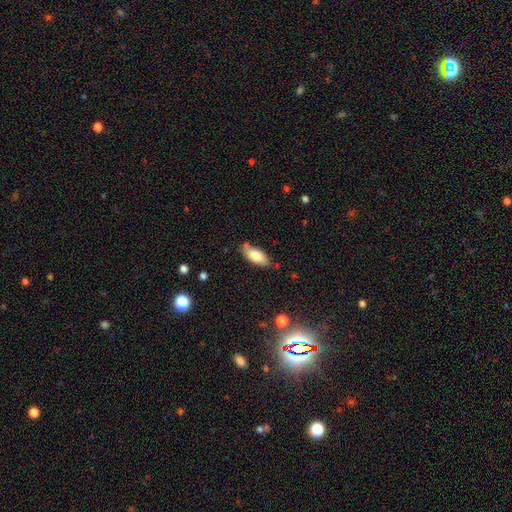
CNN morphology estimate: Smooth or featured? smooth (78%)
How rounded? in between (84%)
Merging? none (71%)